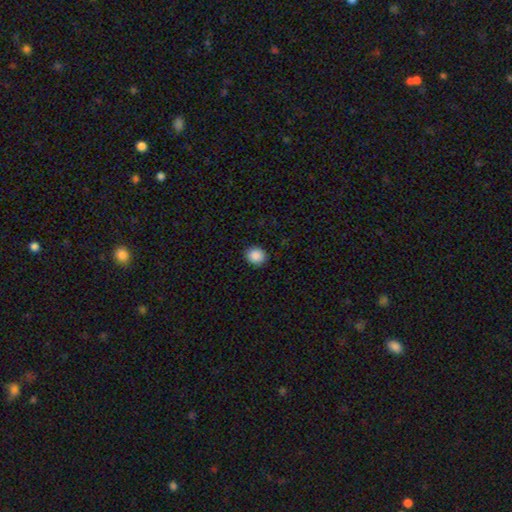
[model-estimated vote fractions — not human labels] smooth_or_featured: smooth (p=0.89) [alt: star or artifact p=0.08]
how_rounded: round (p=0.75) [alt: in between p=0.24]
merging: none (p=0.91) [alt: minor disturbance p=0.06]